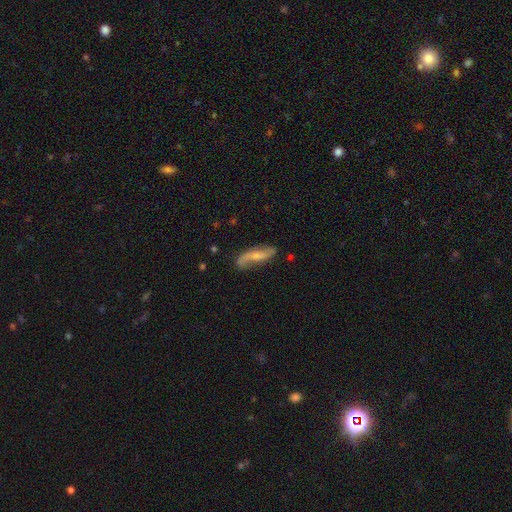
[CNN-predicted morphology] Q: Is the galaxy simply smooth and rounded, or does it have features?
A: featured or disk — 72%.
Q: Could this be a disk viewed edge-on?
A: no — 87%.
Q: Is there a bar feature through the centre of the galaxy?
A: no — 46%.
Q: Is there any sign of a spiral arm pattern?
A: yes — 93%.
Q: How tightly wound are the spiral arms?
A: loose — 78%.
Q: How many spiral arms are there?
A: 2 — 88%.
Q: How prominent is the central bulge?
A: small — 54%.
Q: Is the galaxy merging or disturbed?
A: none — 71%.